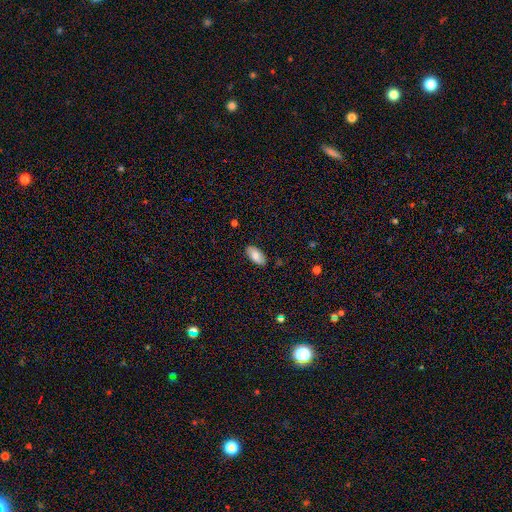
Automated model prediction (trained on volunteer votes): This appears to be a smooth galaxy with no disk features (77%) that is in between round and cigar-shaped (94%). Merging: none (85%).